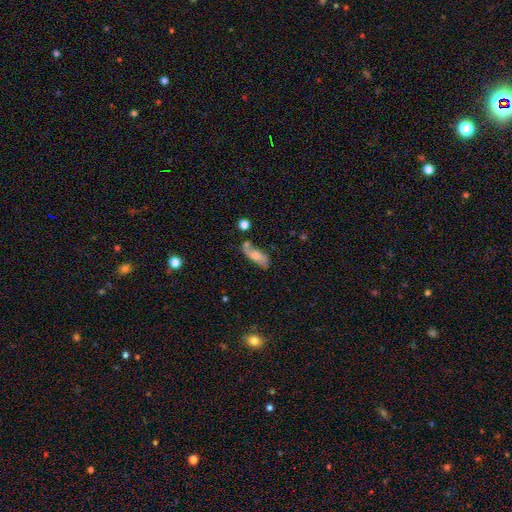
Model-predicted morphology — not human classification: Smooth or featured? smooth (52%)
How rounded? in between (65%)
Merging? none (49%)